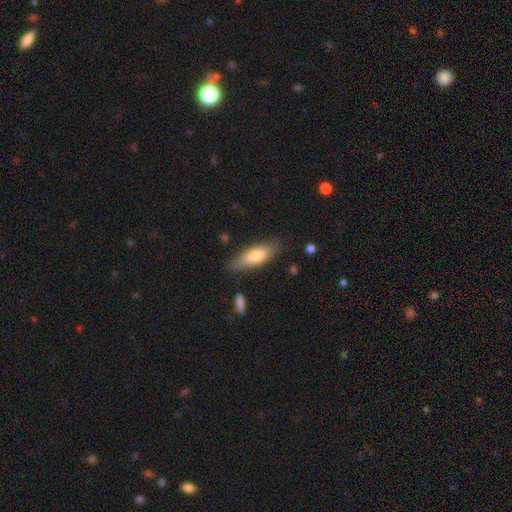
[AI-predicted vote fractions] Smooth or featured?
  - smooth: 76% *
  - featured or disk: 18%
  - star or artifact: 6%
How rounded?
  - in between: 58% *
  - cigar-shaped: 40%
  - round: 2%
Merging?
  - none: 80% *
  - minor disturbance: 14%
  - major disturbance: 3%
  - merger: 2%